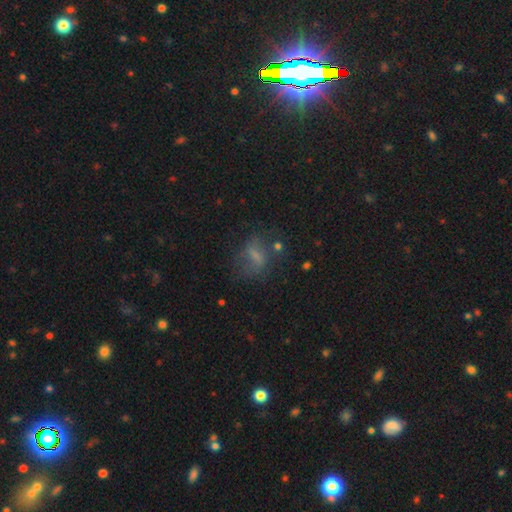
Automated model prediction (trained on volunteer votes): Smooth or featured? smooth (53%)
How rounded? in between (65%)
Merging? none (55%)